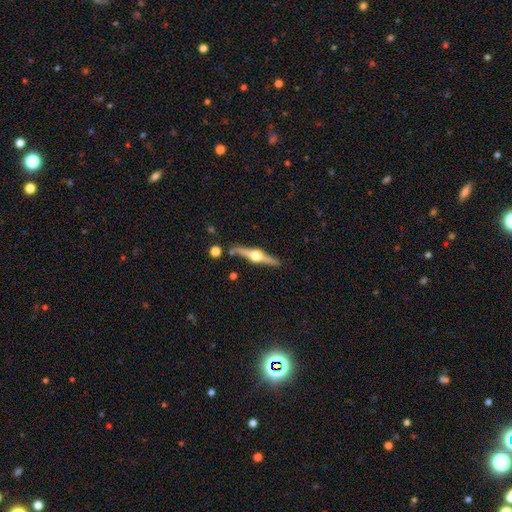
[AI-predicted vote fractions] Smooth or featured: featured or disk — 85% (smooth — 10%)
Edge-on disk: yes — 98% (no — 2%)
Edge-on bulge: rounded — 97% (boxy — 2%)
Merging: none — 87% (minor disturbance — 8%)